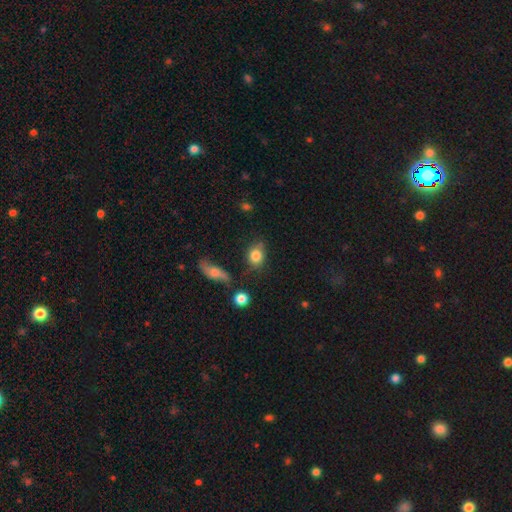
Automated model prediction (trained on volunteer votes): smooth-or-featured: smooth: 81% | featured or disk: 10% | star or artifact: 9%
  how-rounded: in between: 52% | round: 45% | cigar-shaped: 3%
  merging: none: 62% | minor disturbance: 24% | merger: 7% | major disturbance: 6%